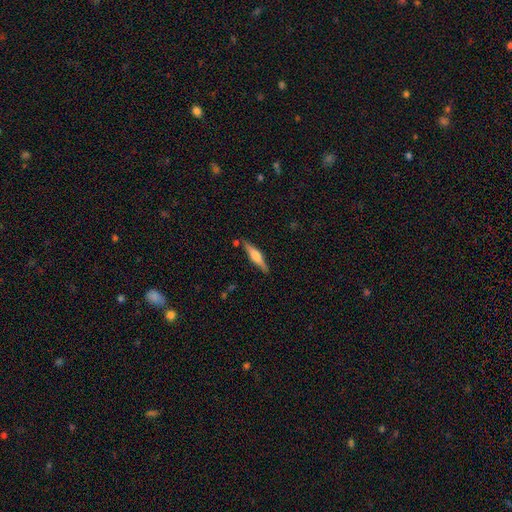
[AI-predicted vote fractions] Morphology: type=featured or disk (63%); edge-on=yes (97%); edge-on bulge=rounded (81%); merging=none (86%).